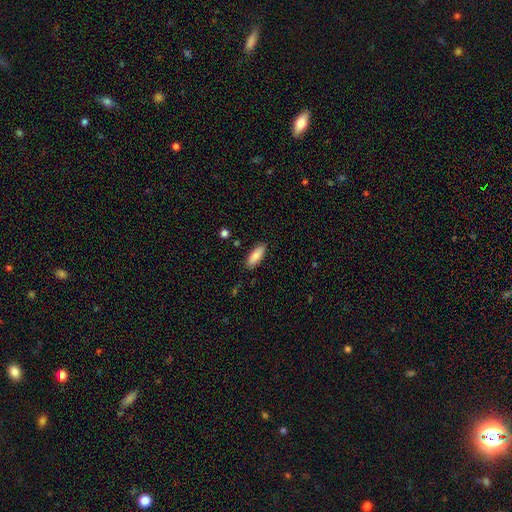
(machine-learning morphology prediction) smooth 84%, featured or disk 10%, star or artifact 6%. Down the decision tree: how rounded — in between (70%); merging — none (86%).